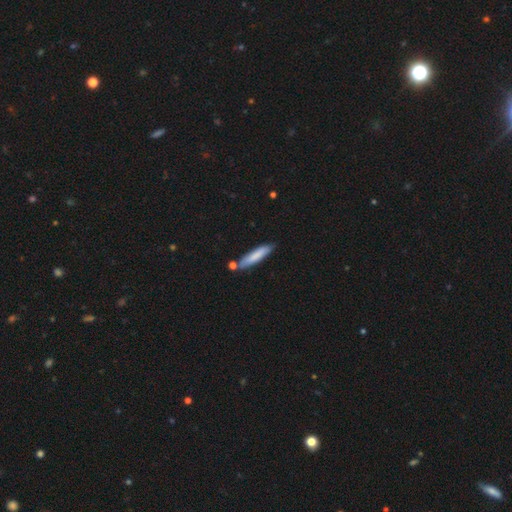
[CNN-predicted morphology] Q: Smooth or featured?
A: smooth (77%); runner-up: featured or disk (18%)
Q: How rounded?
A: cigar-shaped (86%); runner-up: in between (13%)
Q: Merging?
A: none (74%); runner-up: minor disturbance (14%)